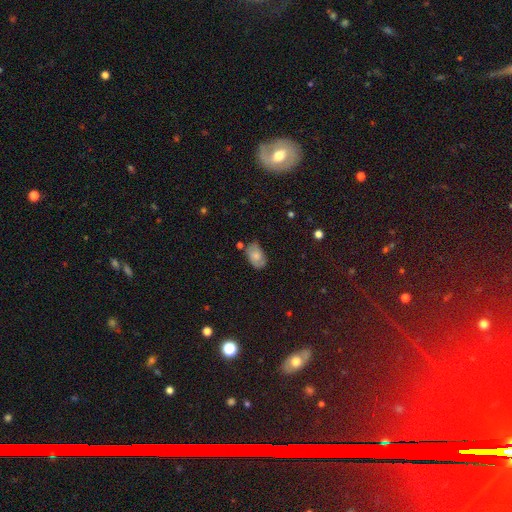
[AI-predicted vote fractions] Morphology: type=smooth (72%); roundness=in between (90%); merging=none (62%).